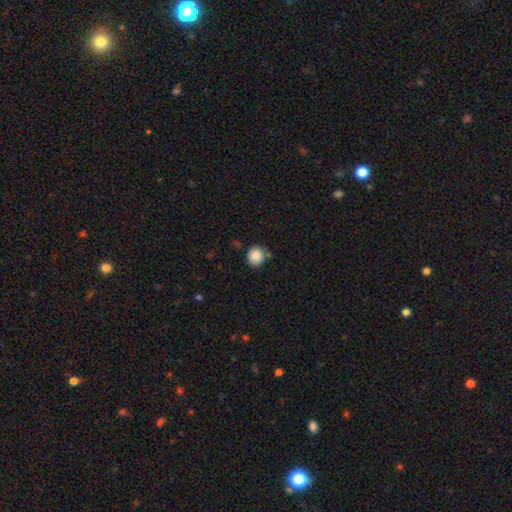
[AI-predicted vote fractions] Morphology: type=smooth (88%); roundness=round (88%); merging=none (77%).